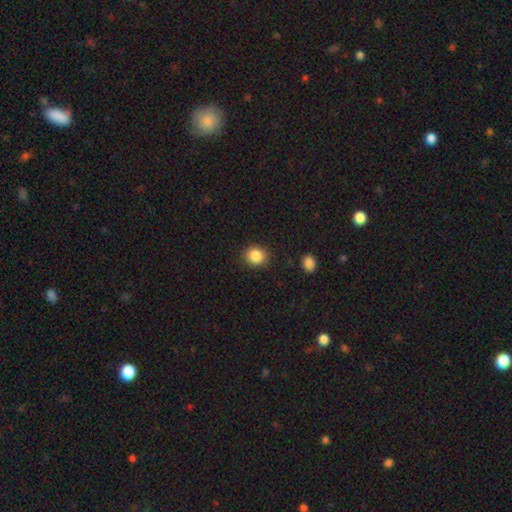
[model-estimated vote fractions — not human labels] A smooth galaxy with no disk features (86%) that is round (81%). Merging: none (89%).